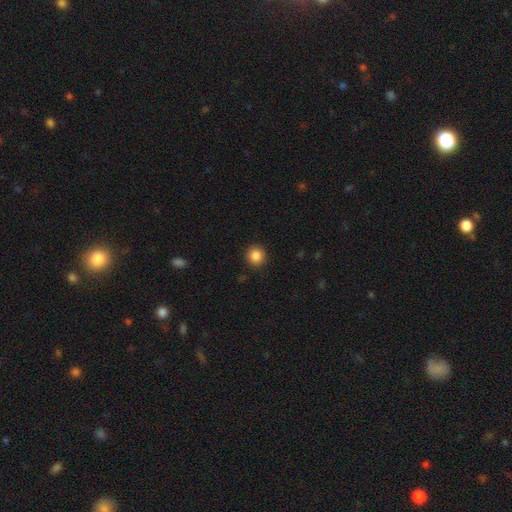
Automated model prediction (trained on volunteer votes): The model was most divided on "smooth or featured": smooth: 86%, star or artifact: 10%, featured or disk: 4%. More confident: how rounded — round (92%); merging — none (92%).